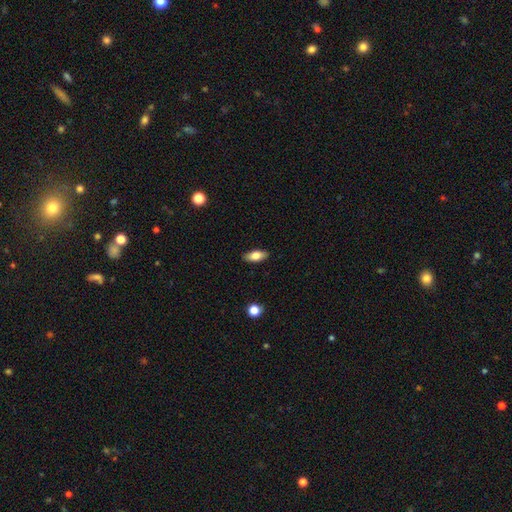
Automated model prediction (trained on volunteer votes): This appears to be a smooth galaxy with no disk features (78%) that is in between round and cigar-shaped (85%). Merging: none (88%).